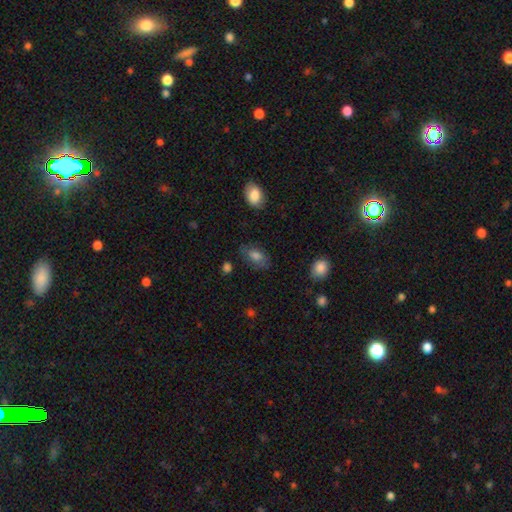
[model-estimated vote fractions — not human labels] Smooth or featured? smooth (74%)
How rounded? in between (89%)
Merging? none (72%)